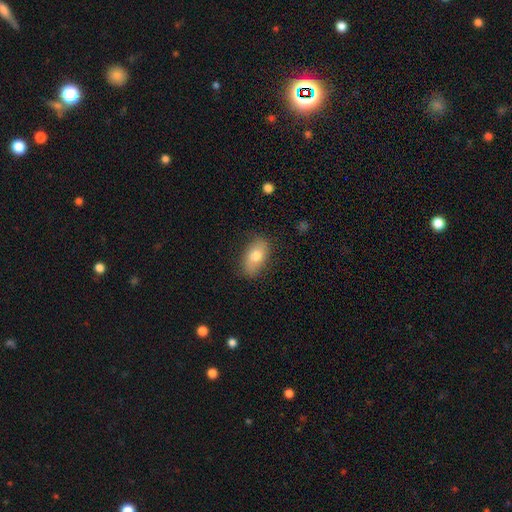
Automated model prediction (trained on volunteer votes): Q: Smooth or featured?
A: smooth (76%); runner-up: featured or disk (17%)
Q: How rounded?
A: in between (90%); runner-up: round (6%)
Q: Merging?
A: none (80%); runner-up: minor disturbance (15%)